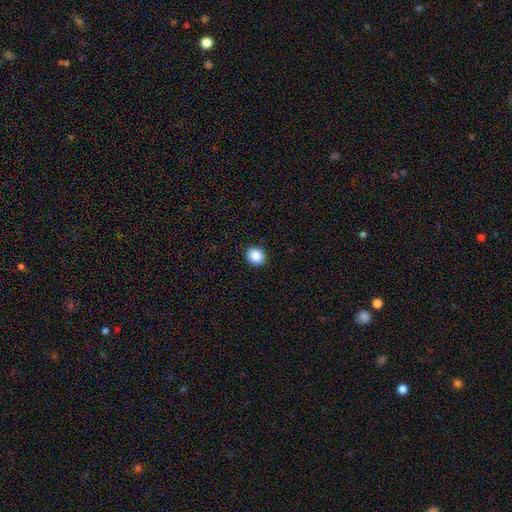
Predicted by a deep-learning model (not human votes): Smooth or featured? smooth (88%)
How rounded? round (74%)
Merging? none (91%)